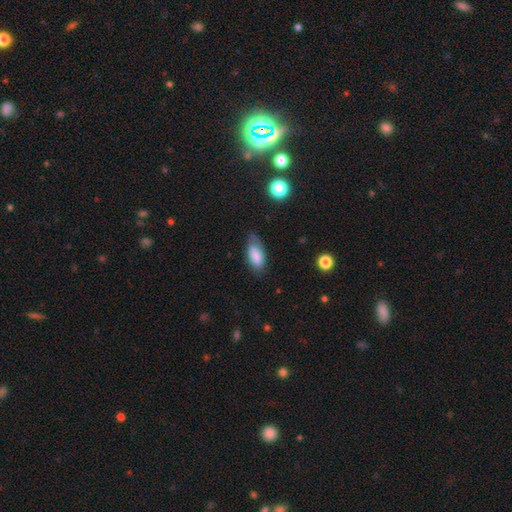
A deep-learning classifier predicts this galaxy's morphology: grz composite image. It shows a smooth galaxy with no disk features (82%) that is in between round and cigar-shaped (86%). Merging: none (60%).